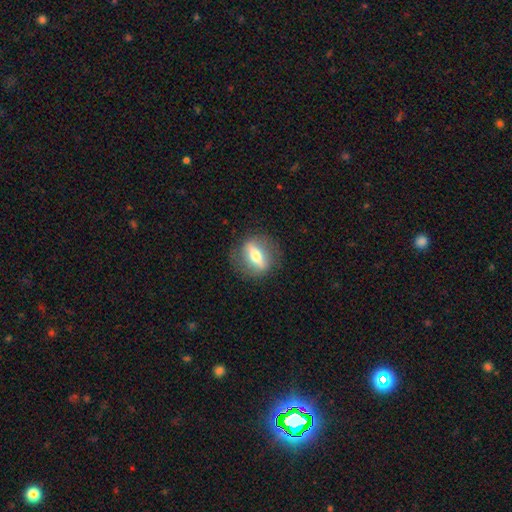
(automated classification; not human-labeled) smooth_or_featured: featured or disk (p=0.56) [alt: smooth p=0.36]
disk_edge_on: no (p=0.52) [alt: yes p=0.48]
merging: none (p=0.82) [alt: minor disturbance p=0.12]